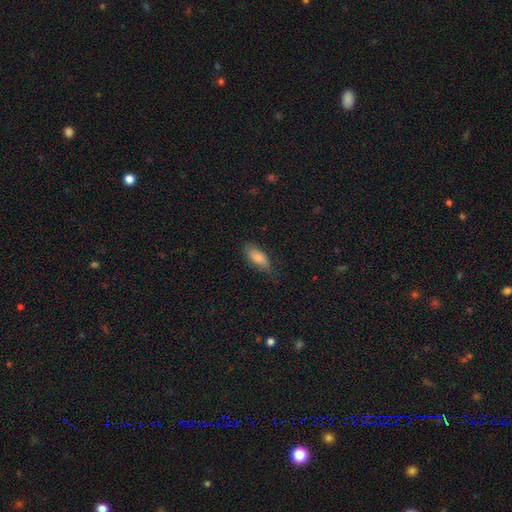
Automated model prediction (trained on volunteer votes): Overall: smooth (78%). How rounded: in between (77%). Merging: none (74%).